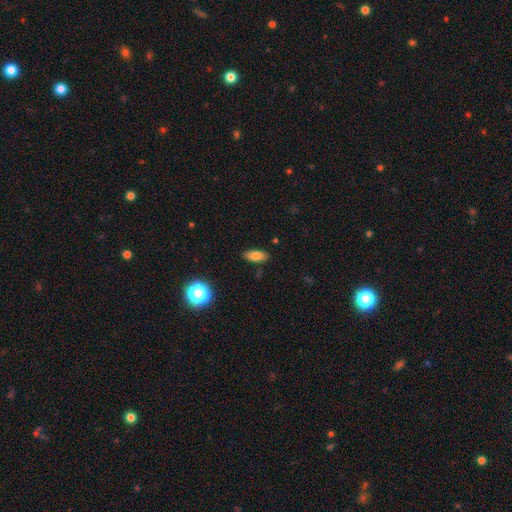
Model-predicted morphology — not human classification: Smooth or featured? Predicted: smooth (p=0.79). How rounded? Predicted: in between (p=0.85). Merging? Predicted: none (p=0.85).